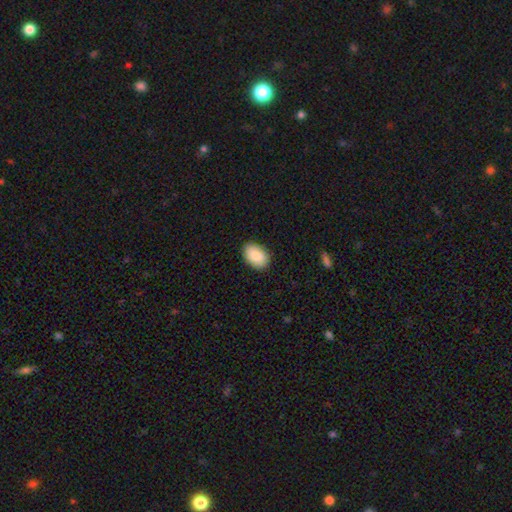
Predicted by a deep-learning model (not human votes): This appears to be a smooth galaxy with no disk features (89%) that is in between round and cigar-shaped (89%). Merging: none (88%).